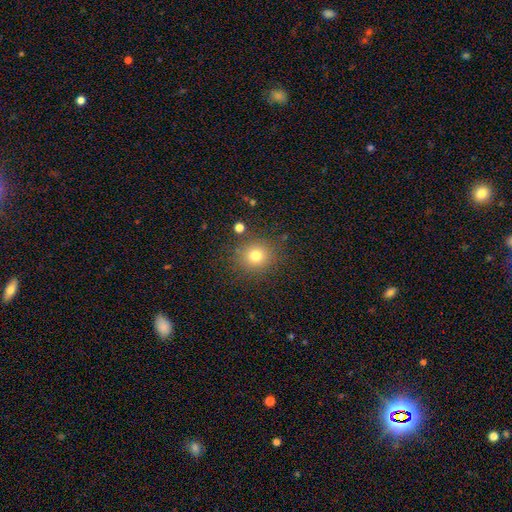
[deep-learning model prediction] This is likely a smooth galaxy (76%). How rounded: clearly round (87%). Merging: clearly none (85%).